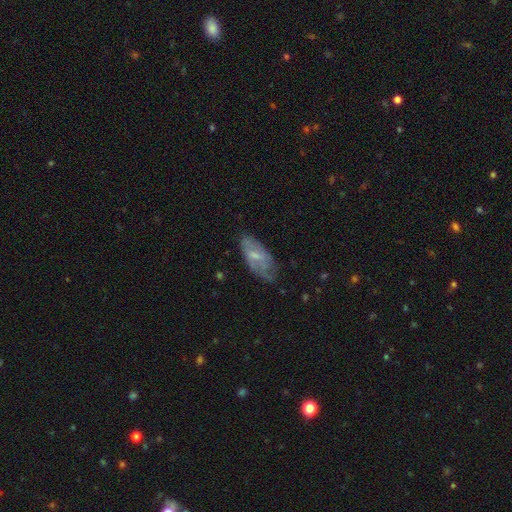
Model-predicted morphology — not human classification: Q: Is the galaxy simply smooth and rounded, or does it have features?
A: featured or disk — 50%.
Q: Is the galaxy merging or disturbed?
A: none — 57%.